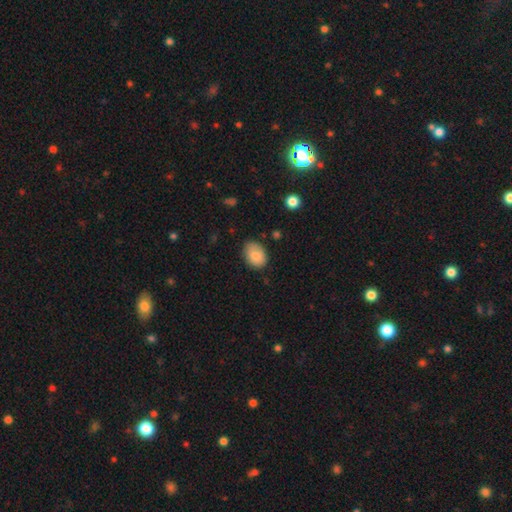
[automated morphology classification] This appears to be a smooth galaxy with no disk features (83%) that is in between round and cigar-shaped (70%). Merging: none (74%).